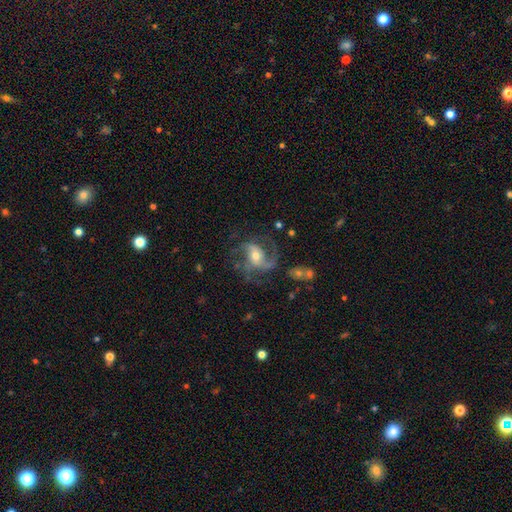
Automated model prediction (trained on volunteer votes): Q: Smooth or featured?
A: featured or disk (85%); runner-up: smooth (8%)
Q: Edge-on disk?
A: no (97%); runner-up: yes (3%)
Q: Bar?
A: no (46%); runner-up: weak (36%)
Q: Spiral arms?
A: yes (95%); runner-up: no (5%)
Q: Spiral winding?
A: medium (51%); runner-up: loose (32%)
Q: Spiral arm count?
A: 2 (48%); runner-up: 3 (26%)
Q: Bulge size?
A: moderate (56%); runner-up: small (38%)
Q: Merging?
A: none (61%); runner-up: major disturbance (19%)